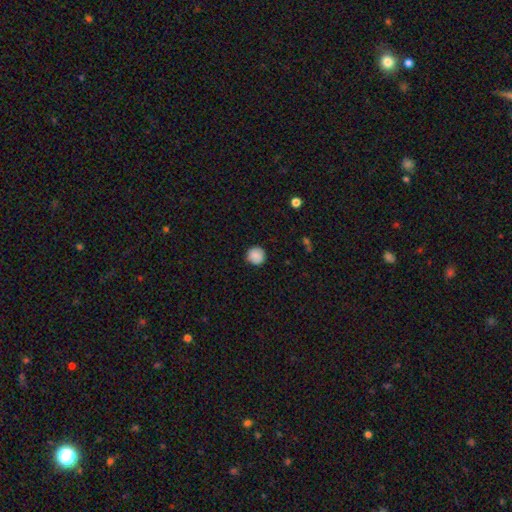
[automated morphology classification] Q: Smooth or featured?
A: smooth (87%); runner-up: star or artifact (8%)
Q: How rounded?
A: round (95%); runner-up: in between (4%)
Q: Merging?
A: none (89%); runner-up: minor disturbance (8%)